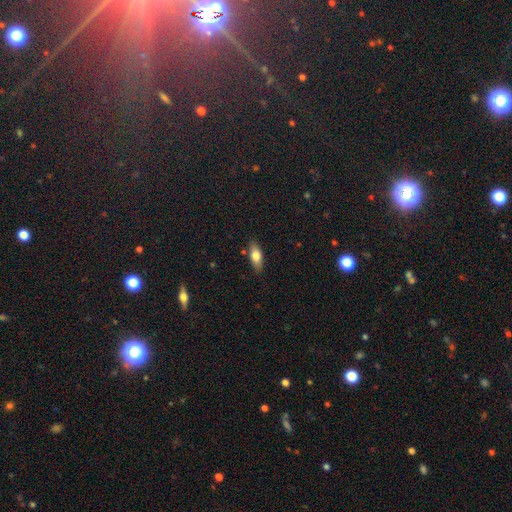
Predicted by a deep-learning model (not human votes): Smooth or featured? smooth (72%)
How rounded? in between (74%)
Merging? none (83%)